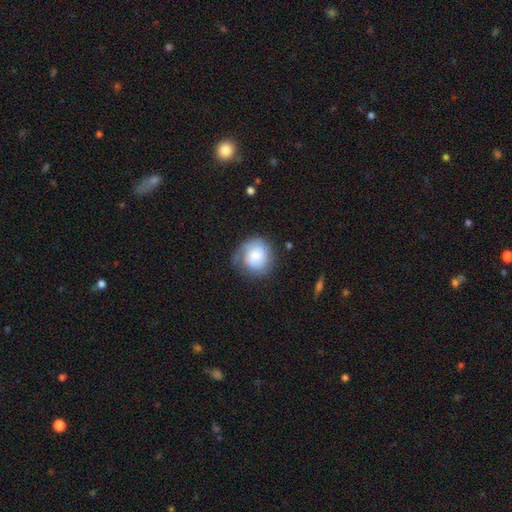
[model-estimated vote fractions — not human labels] Smooth or featured?
  - smooth: 62% *
  - featured or disk: 31%
  - star or artifact: 7%
How rounded?
  - round: 85% *
  - in between: 14%
  - cigar-shaped: 1%
Merging?
  - none: 59% *
  - minor disturbance: 25%
  - major disturbance: 14%
  - merger: 2%